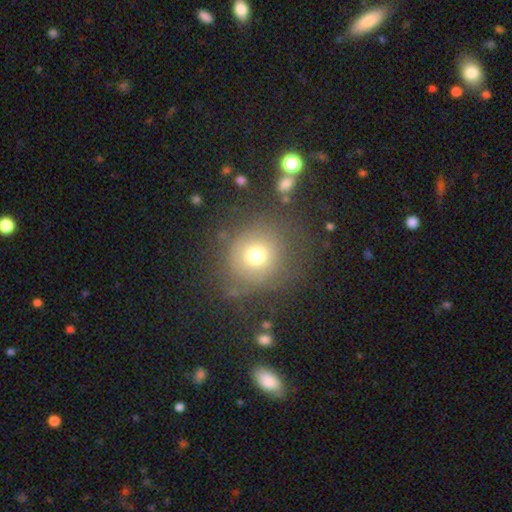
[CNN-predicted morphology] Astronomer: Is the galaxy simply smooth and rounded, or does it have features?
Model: smooth — 70%.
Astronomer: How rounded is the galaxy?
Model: round — 85%.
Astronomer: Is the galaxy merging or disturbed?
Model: none — 73%.